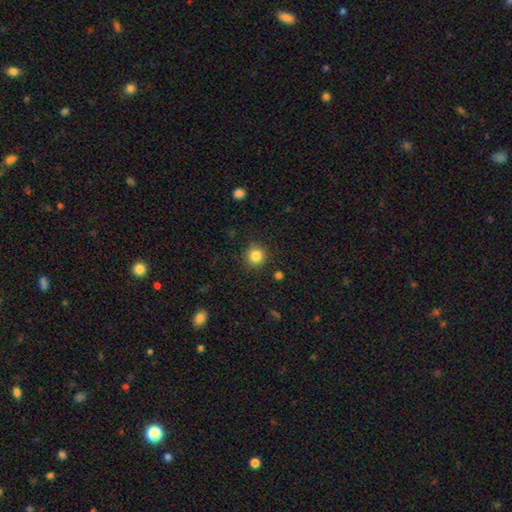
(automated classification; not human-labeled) A smooth galaxy with no disk features (83%) that is round (93%).

Vote fractions:
- Smooth or featured? smooth: 83% / star or artifact: 11% / featured or disk: 6%
- How rounded? round: 93% / in between: 6% / cigar-shaped: 1%
- Merging? none: 89% / minor disturbance: 7% / major disturbance: 2% / merger: 1%